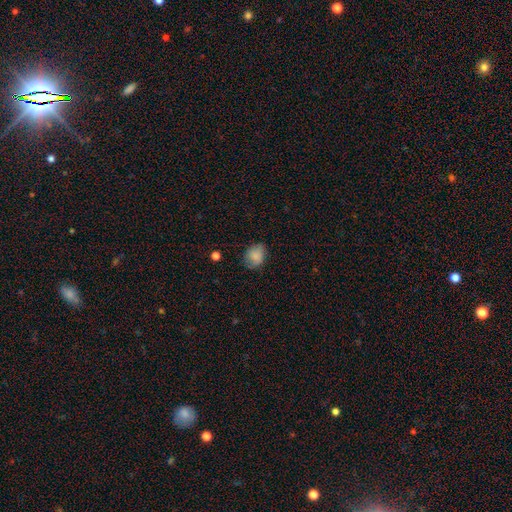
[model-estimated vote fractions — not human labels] smooth-or-featured: smooth: 83% | star or artifact: 9% | featured or disk: 8%
  how-rounded: round: 55% | in between: 44% | cigar-shaped: 1%
  merging: none: 71% | minor disturbance: 22% | major disturbance: 5% | merger: 1%